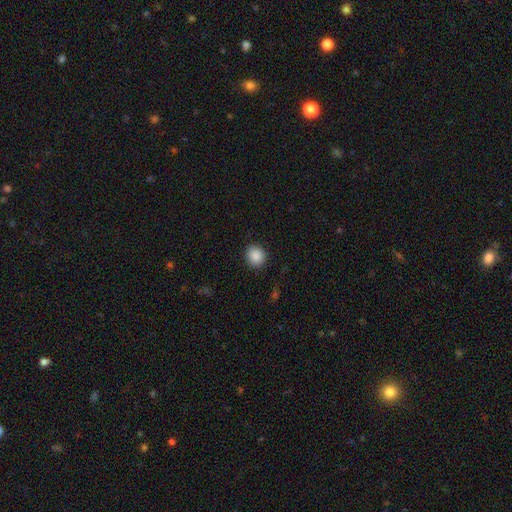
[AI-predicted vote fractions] Overall: smooth (88%). How rounded: round (81%). Merging: none (90%).